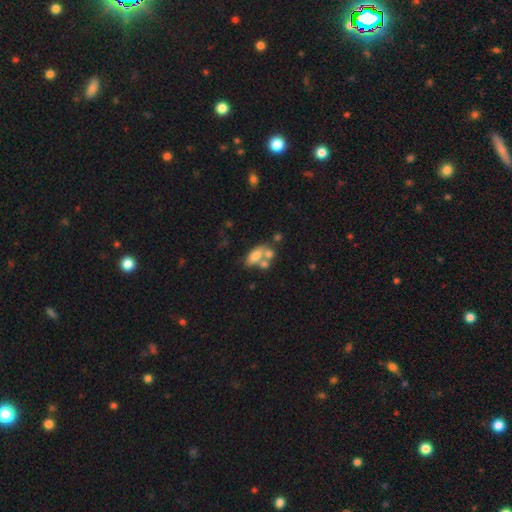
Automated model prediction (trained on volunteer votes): Overall: smooth (64%; featured or disk 24%). How rounded: in between (84%). Merging: merger (46%; none 33%).